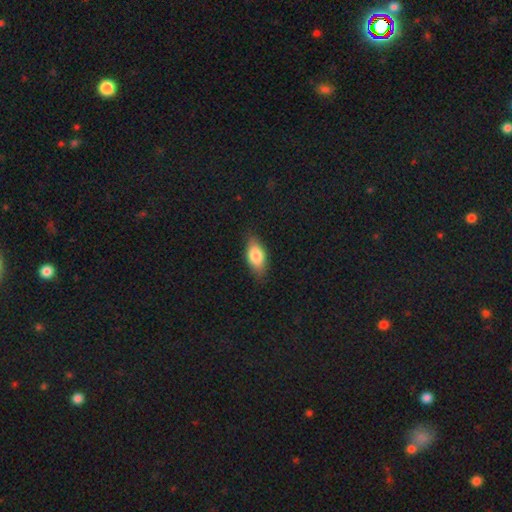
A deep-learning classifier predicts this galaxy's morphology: Overall: smooth (79%). How rounded: in between (87%). Merging: none (81%).